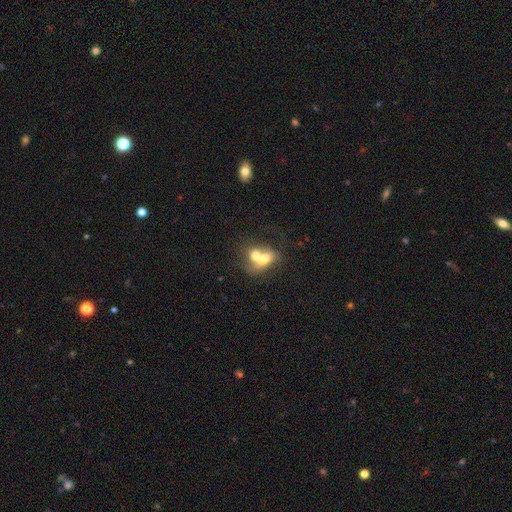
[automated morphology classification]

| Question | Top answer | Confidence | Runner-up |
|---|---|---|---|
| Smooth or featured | smooth | 60% | featured or disk (31%) |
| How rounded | in between | 61% | round (37%) |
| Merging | merger | 75% | none (14%) |